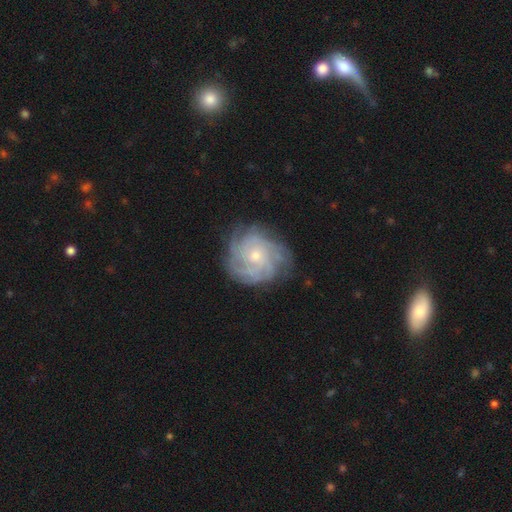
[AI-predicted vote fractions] featured or disk 83%, smooth 10%, star or artifact 7%. Down the decision tree: edge-on disk — no (97%); bar — no (77%); spiral arms — yes (96%); spiral arm count — can't tell (30%); spiral winding — tight (70%); bulge size — small (63%); merging — none (79%).